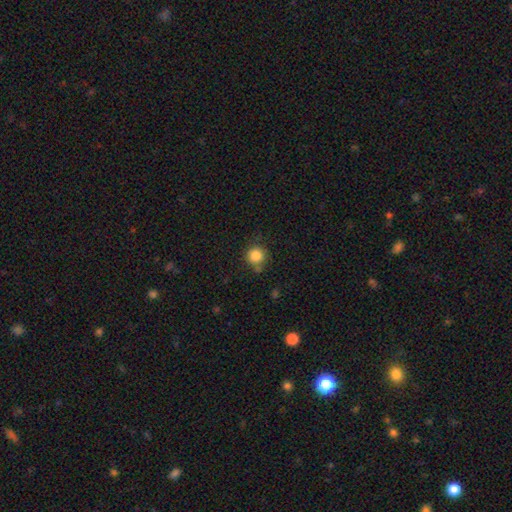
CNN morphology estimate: Overall: smooth (85%). How rounded: round (93%). Merging: none (75%).